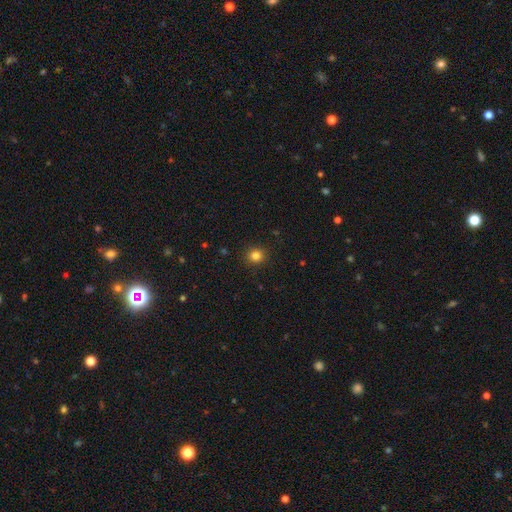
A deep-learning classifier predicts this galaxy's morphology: This appears to be a smooth galaxy with no disk features (82%) that is round (87%). Merging: none (91%).